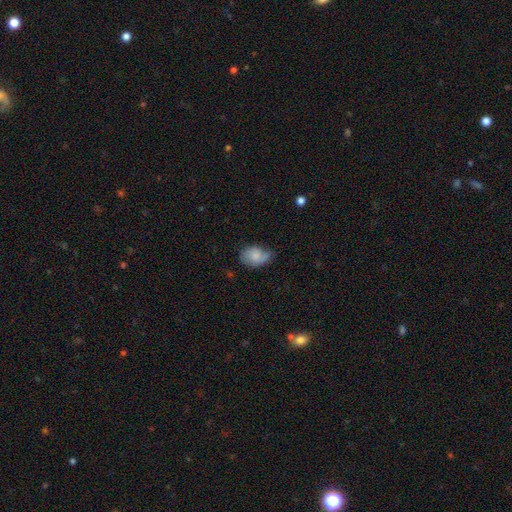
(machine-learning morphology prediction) smooth_or_featured: smooth (p=0.72) [alt: featured or disk p=0.20]
how_rounded: in between (p=0.78) [alt: round p=0.21]
merging: none (p=0.45) [alt: minor disturbance p=0.38]